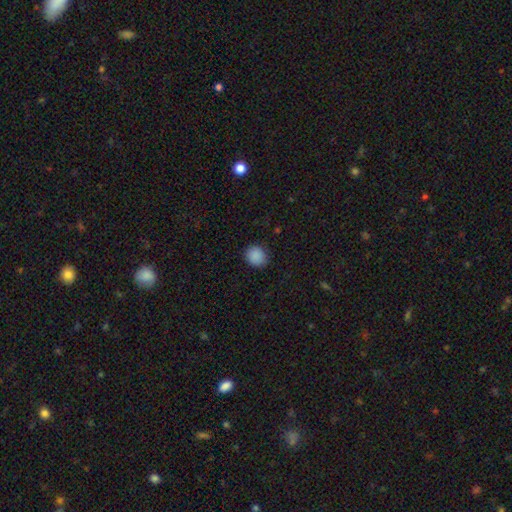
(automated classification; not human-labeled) The model was most divided on "how rounded": round: 79%, in between: 20%, cigar-shaped: 1%. More confident: merging — none (89%); smooth or featured — smooth (89%).